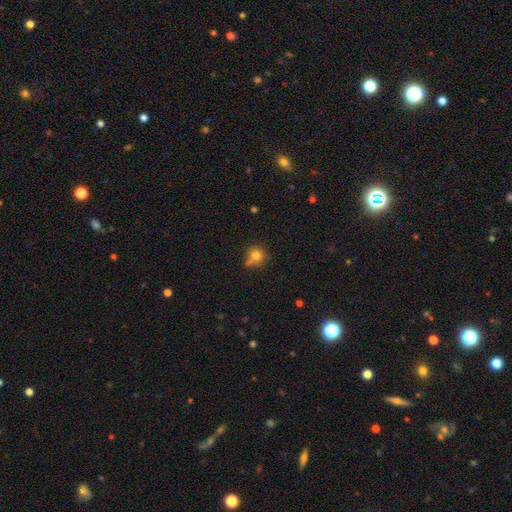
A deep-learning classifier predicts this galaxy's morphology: smooth-or-featured: smooth: 77% | star or artifact: 12% | featured or disk: 10%
  how-rounded: round: 86% | in between: 13% | cigar-shaped: 1%
  merging: none: 62% | minor disturbance: 21% | merger: 11% | major disturbance: 6%